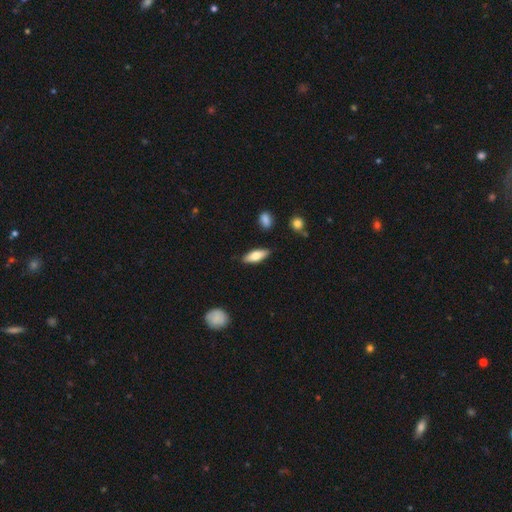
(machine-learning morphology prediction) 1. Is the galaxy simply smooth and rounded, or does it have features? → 71% smooth, 23% featured or disk, 6% star or artifact.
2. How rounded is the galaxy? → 68% in between, 30% cigar-shaped, 2% round.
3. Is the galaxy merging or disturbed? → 85% none, 11% minor disturbance, 2% major disturbance, 2% merger.